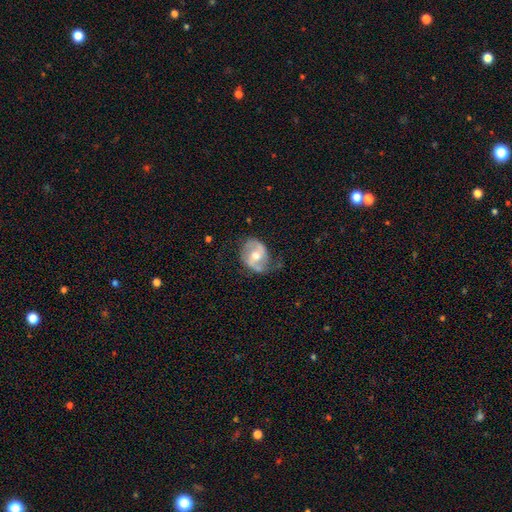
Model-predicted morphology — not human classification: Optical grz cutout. It shows a featured or disk galaxy (80%) with a weak bar (46%), 2 (89%) medium (48%) spiral arms (91%) and a moderate central bulge (72%). Merging: none (68%).